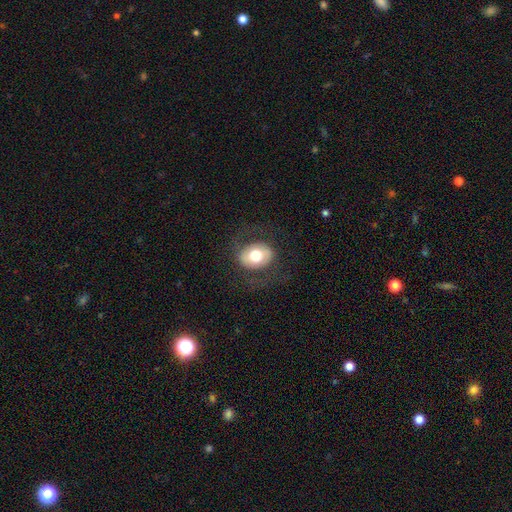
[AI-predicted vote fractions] Q: Smooth or featured?
A: smooth (58%); runner-up: featured or disk (34%)
Q: How rounded?
A: in between (51%); runner-up: round (48%)
Q: Merging?
A: none (74%); runner-up: minor disturbance (13%)